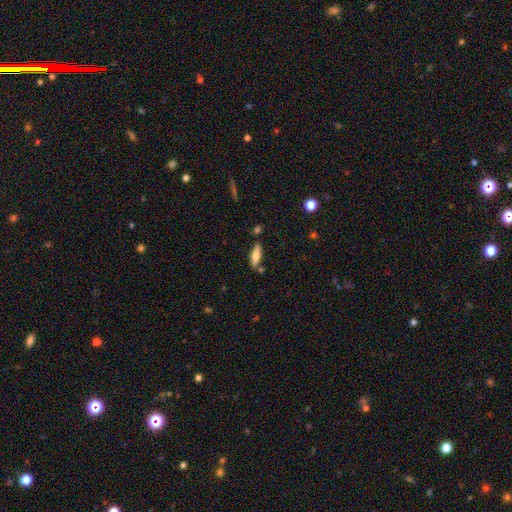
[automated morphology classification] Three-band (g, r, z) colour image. It shows a smooth galaxy with no disk features (58%) that is cigar-shaped (52%). Merging: none (78%).